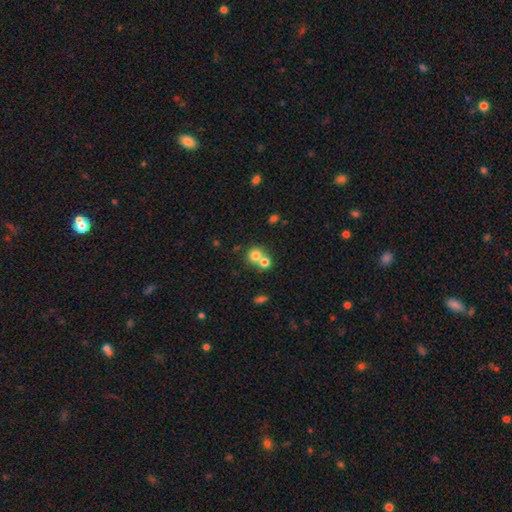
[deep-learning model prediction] This is likely a smooth galaxy (74%). How rounded: clearly round (83%). Merging: possibly merger (55%).